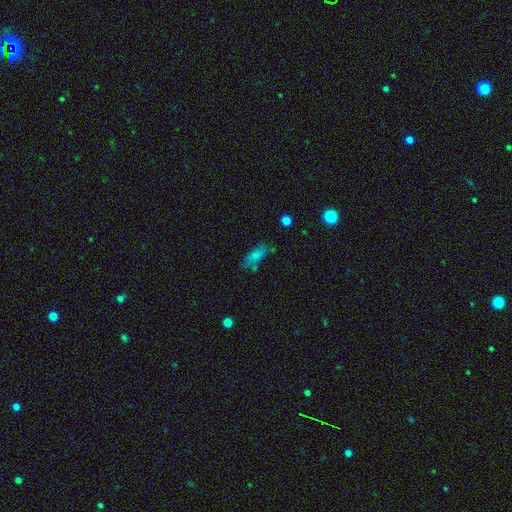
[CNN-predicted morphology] Overall: smooth (75%). How rounded: in between (76%). Merging: none (65%).